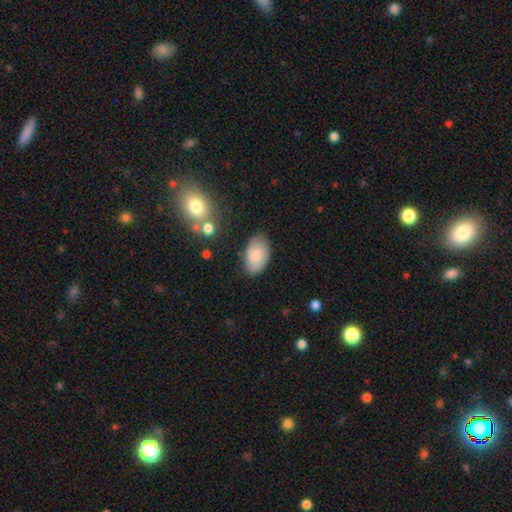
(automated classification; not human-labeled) This appears to be a smooth galaxy with no disk features (81%) that is in between round and cigar-shaped (94%). Merging: none (78%).